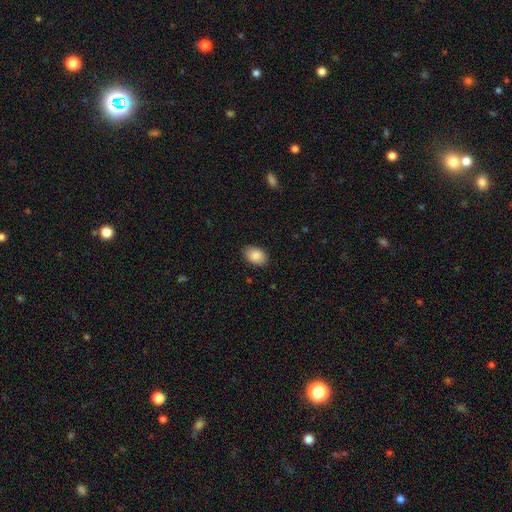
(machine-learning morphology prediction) type=smooth (88%); roundness=in between (83%); merging=none (86%).